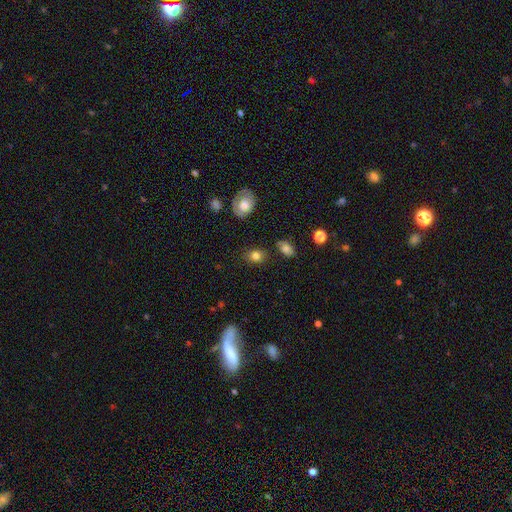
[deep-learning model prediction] This appears to be a smooth galaxy with no disk features (81%) that is in between round and cigar-shaped (54%). Merging: none (80%).